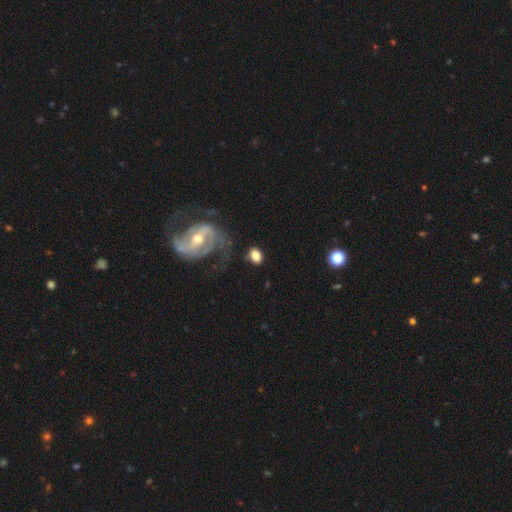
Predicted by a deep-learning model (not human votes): The model was most divided on "how rounded": in between: 67%, round: 32%, cigar-shaped: 2%. More confident: merging — none (70%); smooth or featured — smooth (67%).